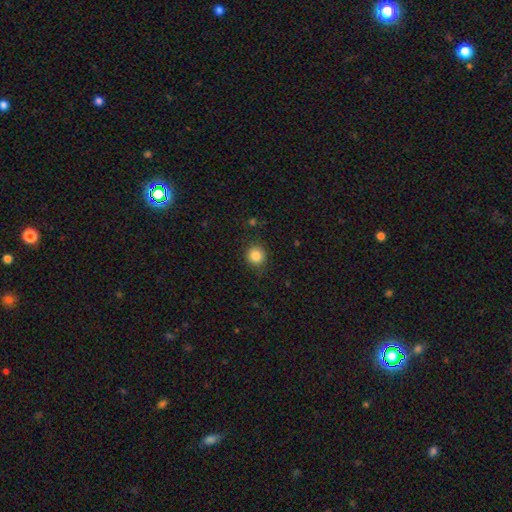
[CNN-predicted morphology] Overall: smooth (85%). How rounded: round (92%). Merging: none (87%).